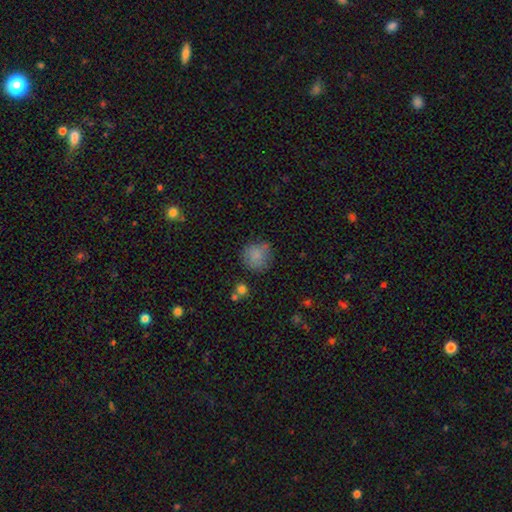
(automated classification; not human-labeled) Smooth or featured: smooth — 79% (featured or disk — 11%)
How rounded: round — 89% (in between — 10%)
Merging: none — 67% (minor disturbance — 21%)